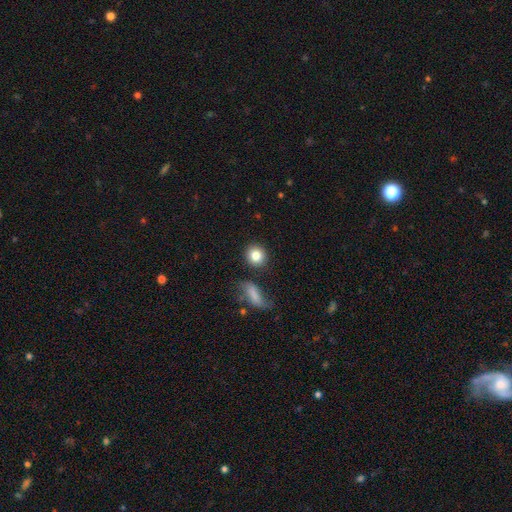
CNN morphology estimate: This appears to be a smooth galaxy with no disk features (83%) that is round (85%). Merging: none (83%).